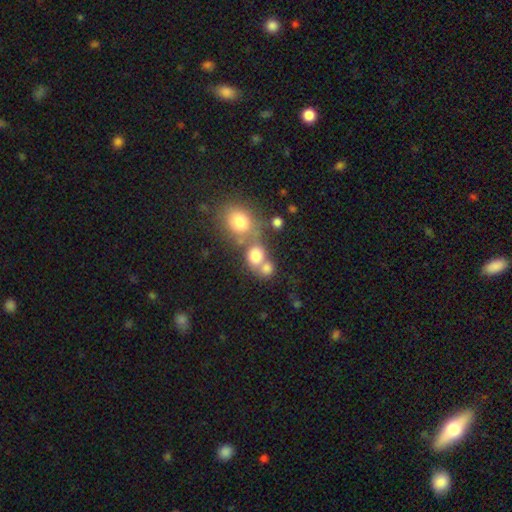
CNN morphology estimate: type=smooth (75%); roundness=round (65%); merging=merger (48%).